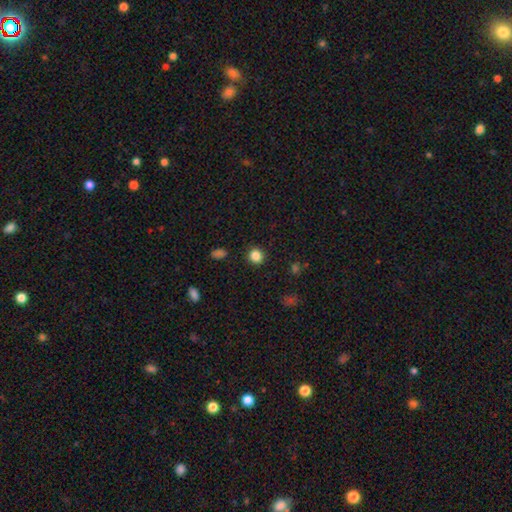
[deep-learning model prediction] smooth 84%, star or artifact 11%, featured or disk 4%. Down the decision tree: how rounded — round (84%); merging — none (91%).